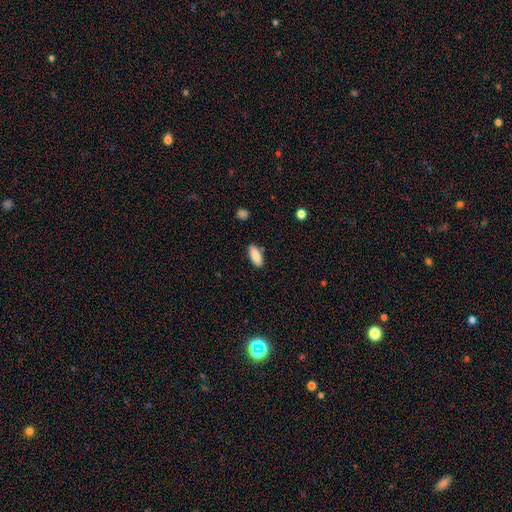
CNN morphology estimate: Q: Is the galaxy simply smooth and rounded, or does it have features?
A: smooth — 86%.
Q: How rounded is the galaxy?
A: in between — 84%.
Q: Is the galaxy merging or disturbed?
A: none — 86%.